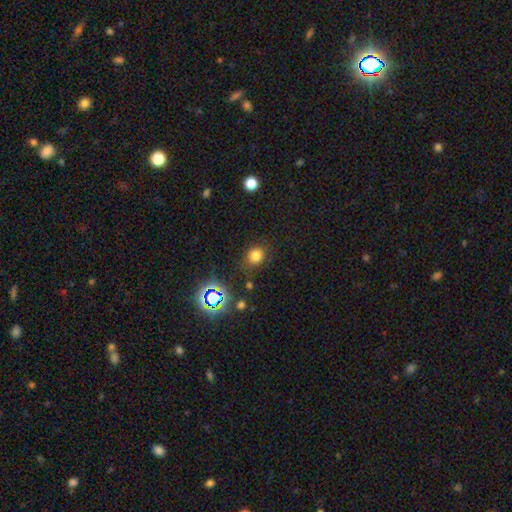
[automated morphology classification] The model was most divided on "smooth or featured": smooth: 76%, star or artifact: 19%, featured or disk: 5%. More confident: merging — none (81%); how rounded — round (81%).